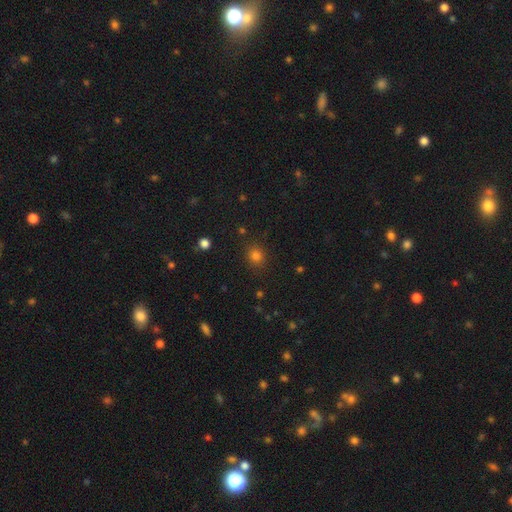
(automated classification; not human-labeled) Q: Smooth or featured?
A: smooth (79%); runner-up: star or artifact (16%)
Q: How rounded?
A: round (77%); runner-up: in between (22%)
Q: Merging?
A: none (86%); runner-up: minor disturbance (9%)